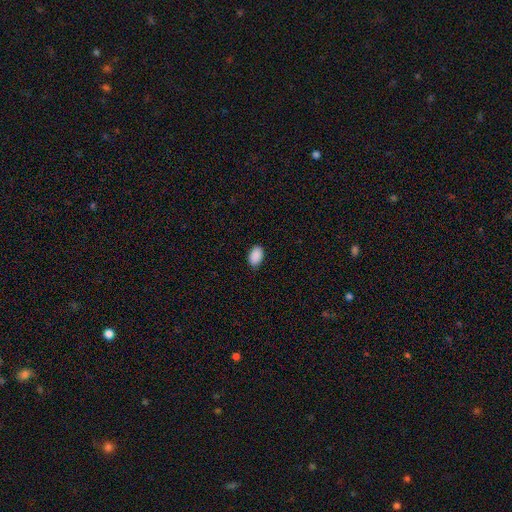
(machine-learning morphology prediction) Q: Smooth or featured?
A: smooth (91%); runner-up: star or artifact (7%)
Q: How rounded?
A: in between (91%); runner-up: round (8%)
Q: Merging?
A: none (88%); runner-up: minor disturbance (9%)